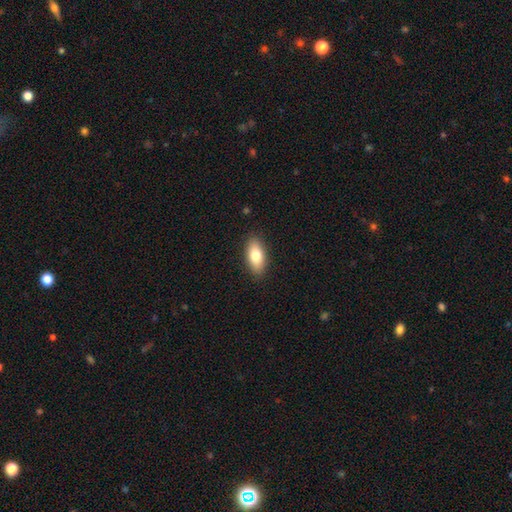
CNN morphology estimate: type=smooth (79%); roundness=in between (87%); merging=none (88%).